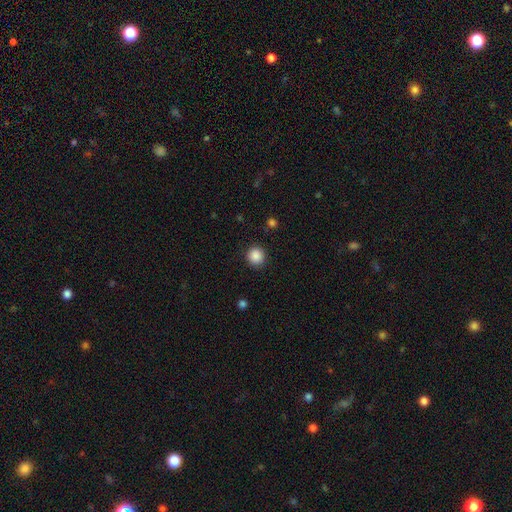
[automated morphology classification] smooth 87%, star or artifact 10%, featured or disk 3%. Down the decision tree: how rounded — round (92%); merging — none (90%).